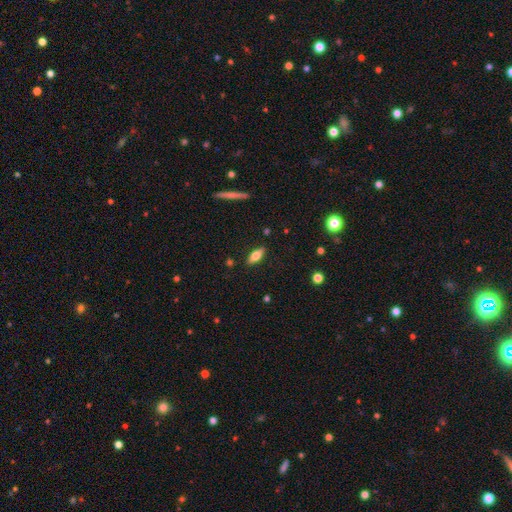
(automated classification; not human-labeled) Smooth or featured? smooth (60%)
How rounded? in between (63%)
Merging? none (88%)